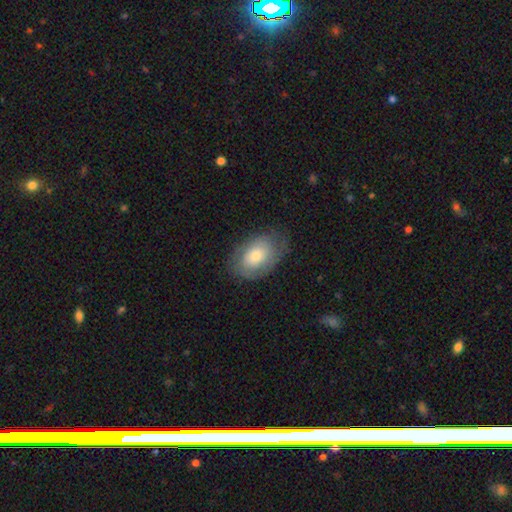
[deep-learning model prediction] A smooth galaxy with no disk features (62%) that is in between round and cigar-shaped (88%). Merging: none (71%).